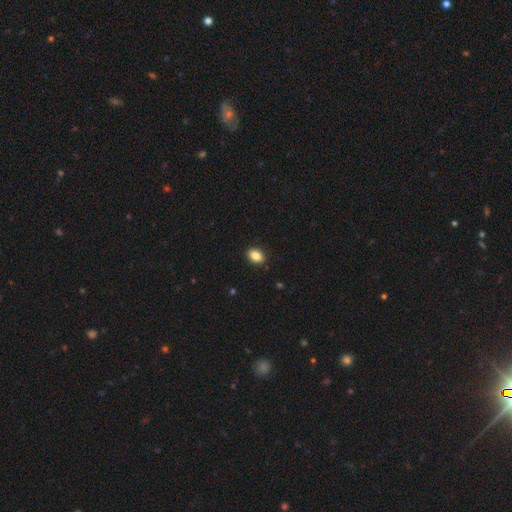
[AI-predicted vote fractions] Morphology: type=smooth (87%); roundness=in between (76%); merging=none (90%).